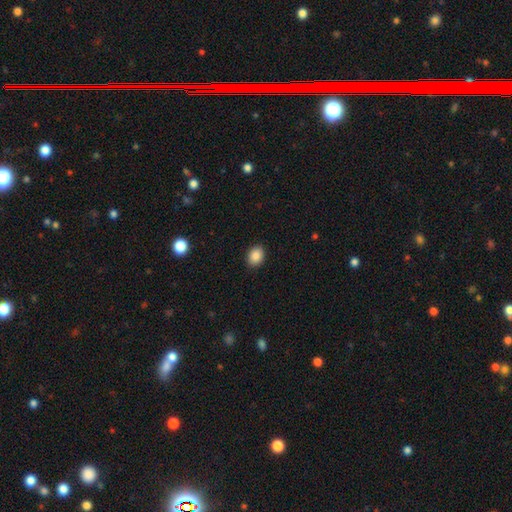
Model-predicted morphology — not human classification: Q: Smooth or featured?
A: smooth (88%); runner-up: star or artifact (9%)
Q: How rounded?
A: in between (61%); runner-up: round (38%)
Q: Merging?
A: none (90%); runner-up: minor disturbance (7%)